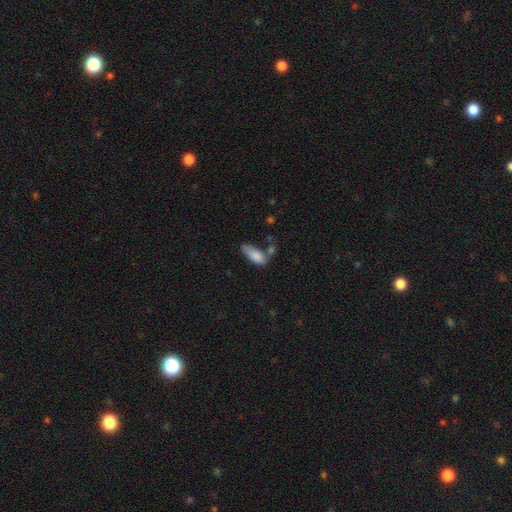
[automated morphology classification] A smooth galaxy with no disk features (82%) that is in between round and cigar-shaped (83%). Merging: none (40%).